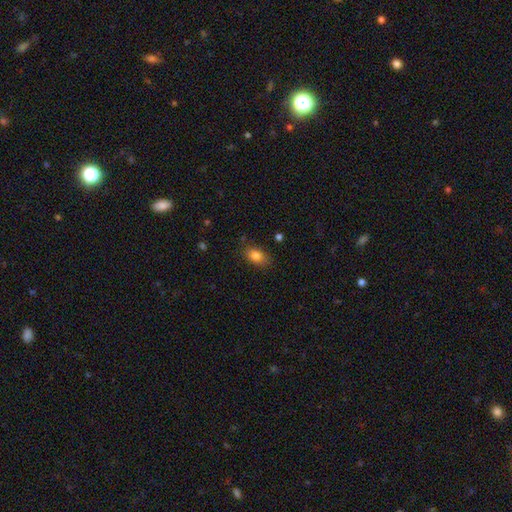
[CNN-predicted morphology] Overall: smooth (83%). How rounded: in between (86%). Merging: none (81%).